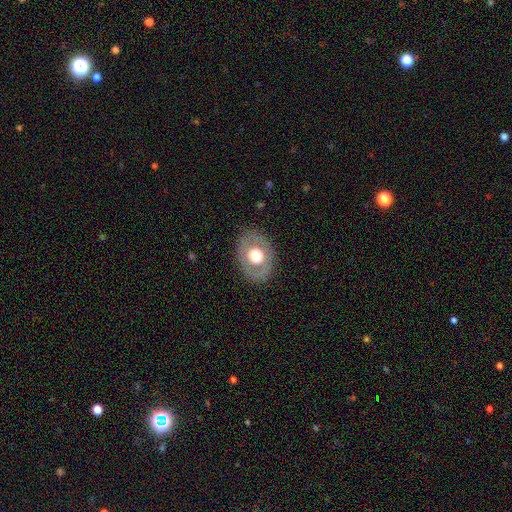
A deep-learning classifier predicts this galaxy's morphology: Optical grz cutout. It shows a smooth galaxy with no disk features (49%). Merging: none (82%).